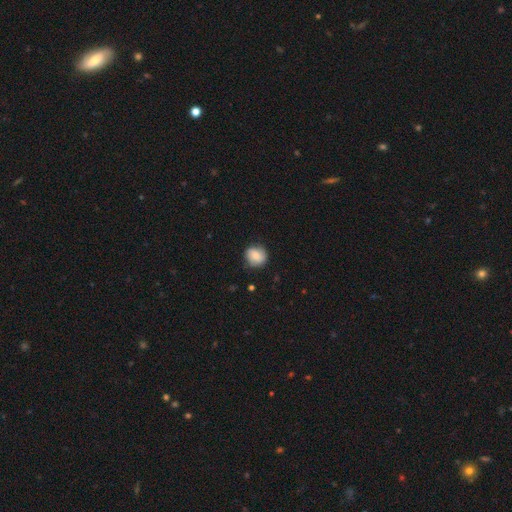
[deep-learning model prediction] This appears to be a smooth galaxy with no disk features (79%) that is round (81%). Merging: none (78%).